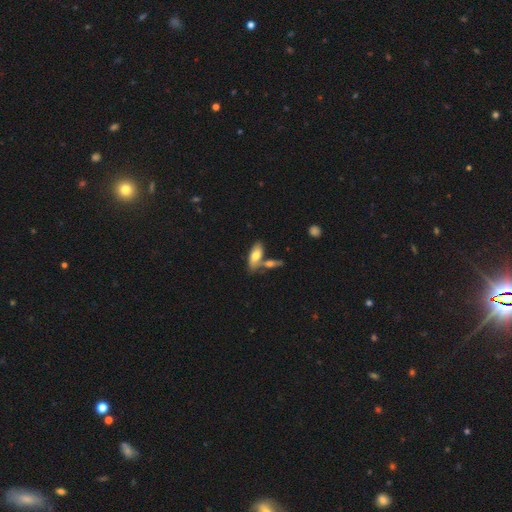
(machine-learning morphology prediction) smooth_or_featured: smooth (p=0.70) [alt: featured or disk p=0.23]
how_rounded: in between (p=0.80) [alt: cigar-shaped p=0.18]
merging: none (p=0.51) [alt: merger p=0.33]